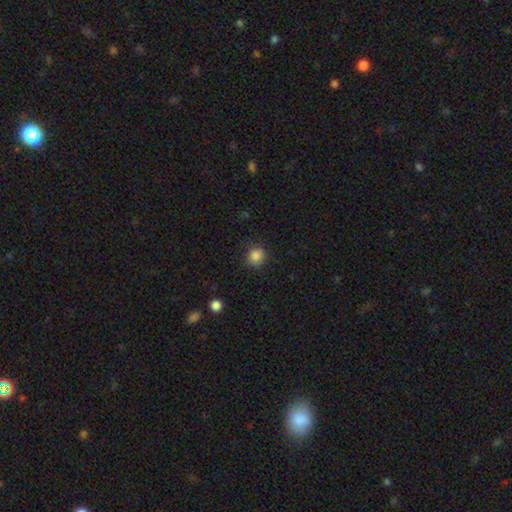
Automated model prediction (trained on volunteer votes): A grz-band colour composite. It shows a smooth galaxy with no disk features (86%) that is round (86%). Merging: none (85%).